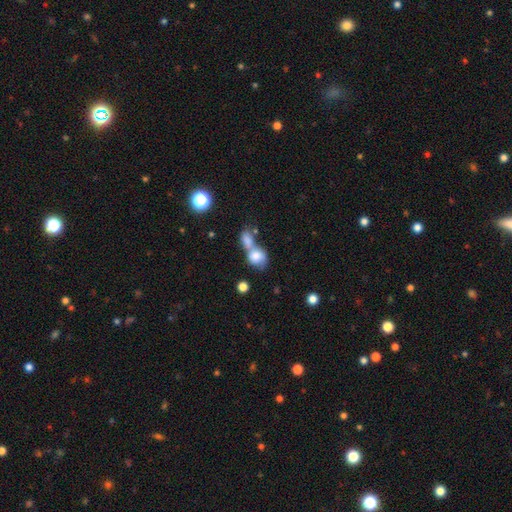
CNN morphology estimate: A smooth galaxy with no disk features (76%) that is in between round and cigar-shaped (54%). Merging: merger (70%).